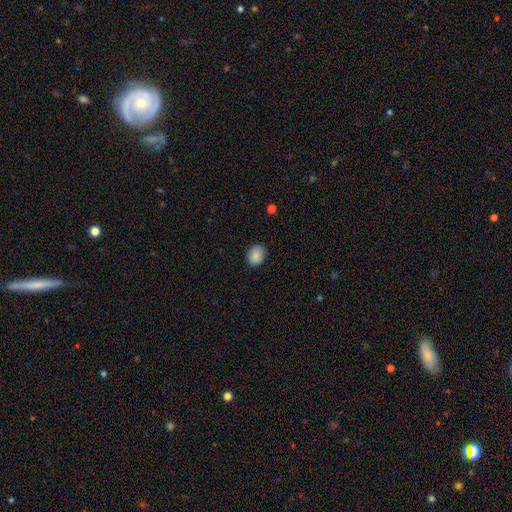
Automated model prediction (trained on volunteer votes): smooth 88%, star or artifact 8%, featured or disk 4%. Down the decision tree: how rounded — in between (55%); merging — none (85%).